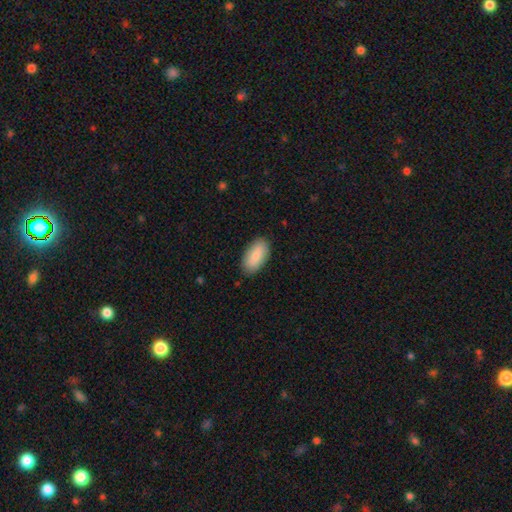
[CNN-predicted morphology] Smooth or featured?
  - smooth: 85% *
  - featured or disk: 9%
  - star or artifact: 6%
How rounded?
  - in between: 93% *
  - cigar-shaped: 4%
  - round: 2%
Merging?
  - none: 86% *
  - minor disturbance: 11%
  - major disturbance: 2%
  - merger: 1%